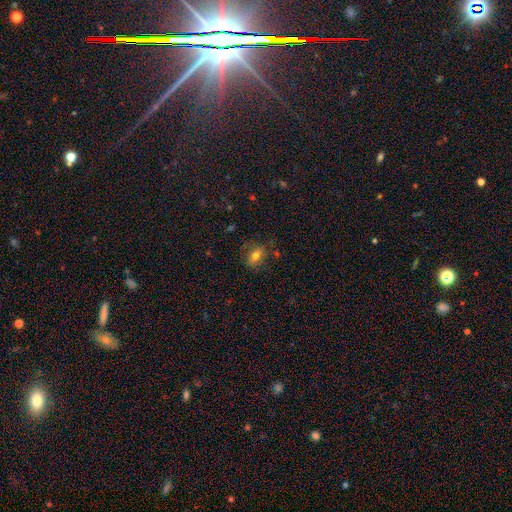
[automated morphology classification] Smooth or featured: smooth — 67% (featured or disk — 21%)
How rounded: in between — 69% (round — 28%)
Merging: none — 75% (minor disturbance — 17%)